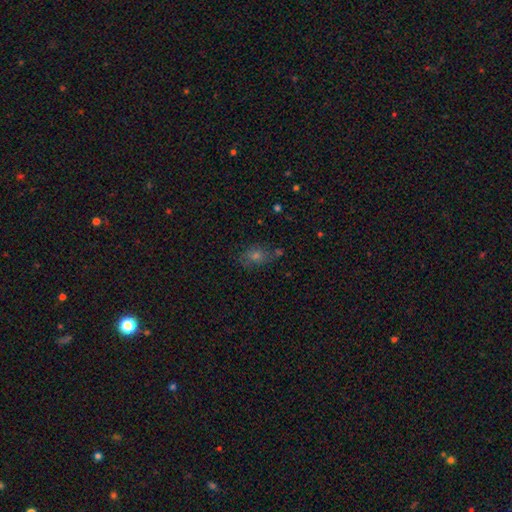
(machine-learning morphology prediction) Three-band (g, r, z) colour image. It shows a smooth galaxy with no disk features (45%). Merging: none (68%).